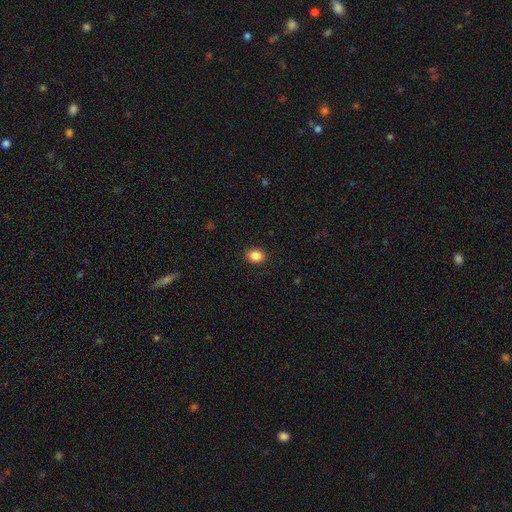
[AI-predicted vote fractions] smooth_or_featured: smooth (p=0.87) [alt: star or artifact p=0.09]
how_rounded: round (p=0.50) [alt: in between p=0.49]
merging: none (p=0.89) [alt: minor disturbance p=0.08]